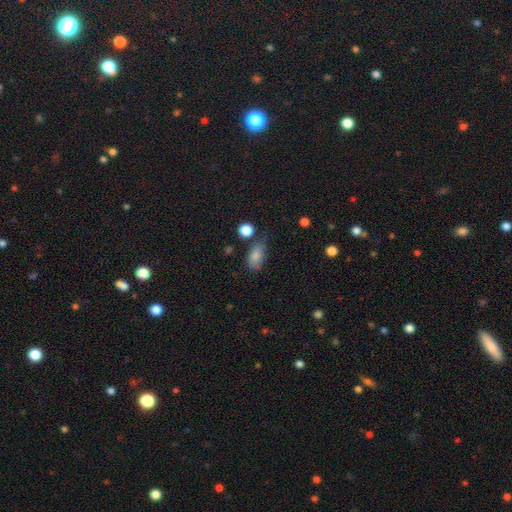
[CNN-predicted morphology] type=smooth (81%); roundness=in between (87%); merging=none (52%).